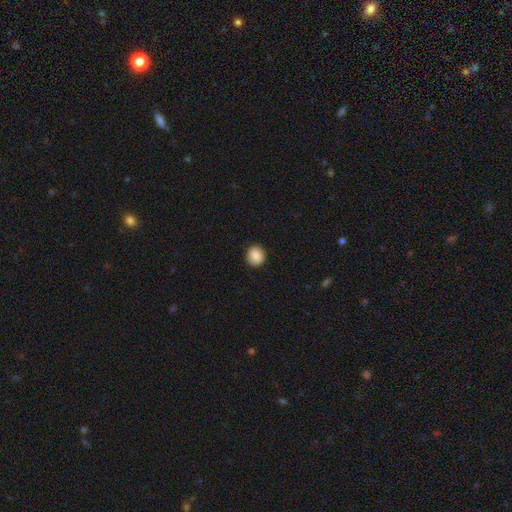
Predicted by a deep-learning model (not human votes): Smooth or featured? Predicted: smooth (p=0.88). How rounded? Predicted: round (p=0.87). Merging? Predicted: none (p=0.91).